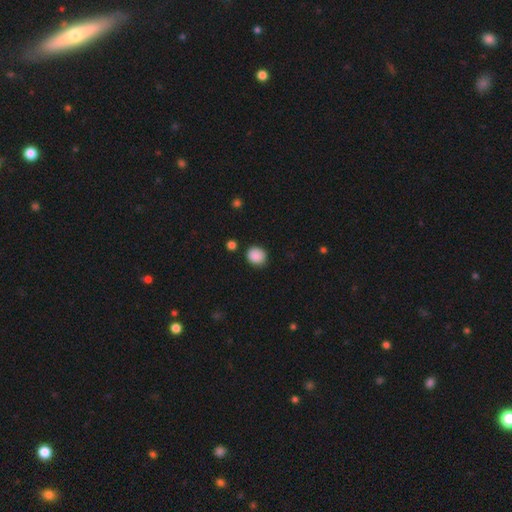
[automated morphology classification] Overall: smooth (88%). How rounded: round (77%). Merging: none (84%).